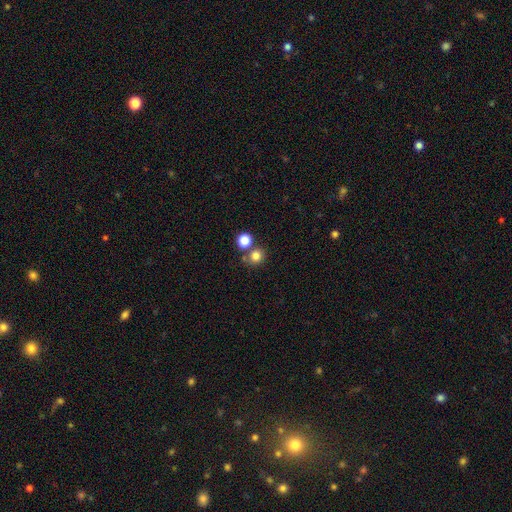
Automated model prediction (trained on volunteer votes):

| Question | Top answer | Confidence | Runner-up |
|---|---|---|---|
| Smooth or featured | smooth | 80% | star or artifact (14%) |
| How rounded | round | 85% | in between (14%) |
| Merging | none | 65% | merger (23%) |